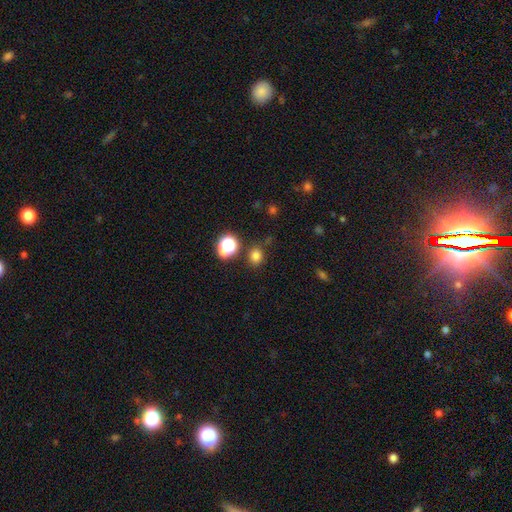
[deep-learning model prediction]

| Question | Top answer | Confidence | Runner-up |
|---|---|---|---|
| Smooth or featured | smooth | 76% | star or artifact (19%) |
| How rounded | round | 72% | in between (27%) |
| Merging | none | 81% | minor disturbance (9%) |